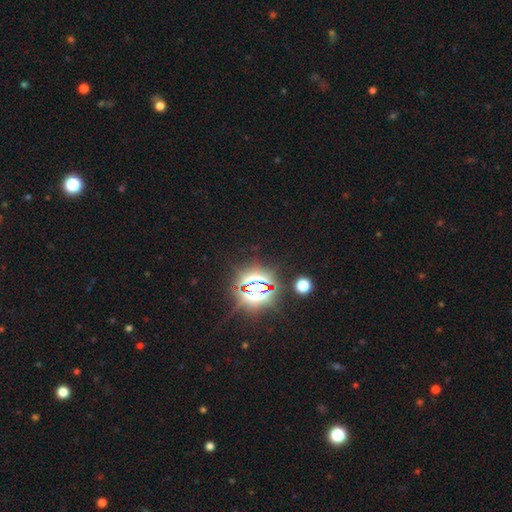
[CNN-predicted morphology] This is clearly a star or artifact rather than a galaxy (86%).